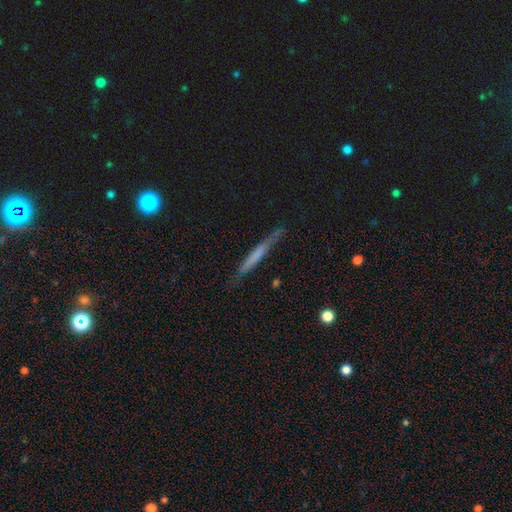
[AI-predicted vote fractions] smooth-or-featured: smooth: 50% | featured or disk: 43% | star or artifact: 7%
  merging: none: 82% | minor disturbance: 13% | major disturbance: 3% | merger: 2%